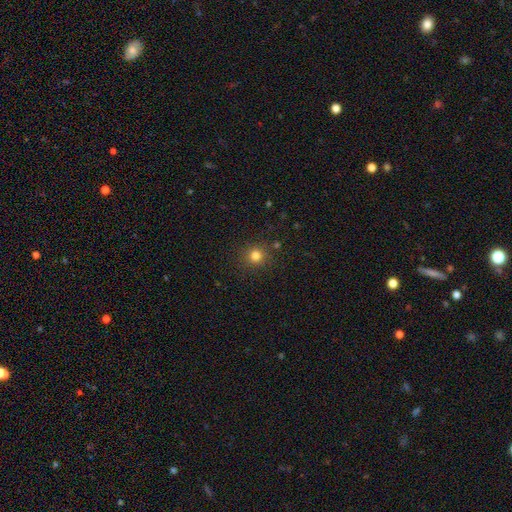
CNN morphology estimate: Smooth or featured? smooth (79%)
How rounded? round (93%)
Merging? none (88%)